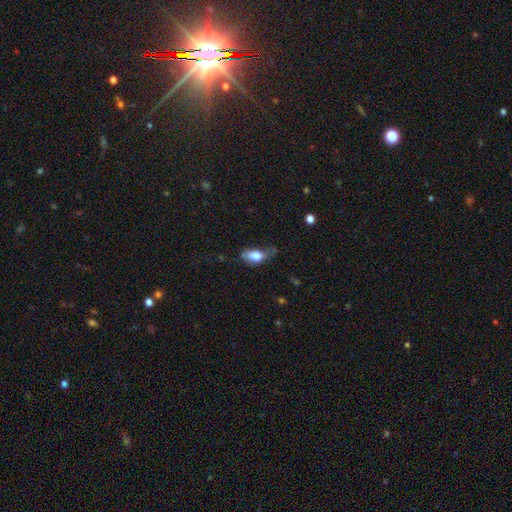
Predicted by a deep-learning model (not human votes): smooth-or-featured: smooth: 75% | featured or disk: 17% | star or artifact: 8%
  how-rounded: in between: 87% | round: 7% | cigar-shaped: 5%
  merging: minor disturbance: 37% | none: 35% | major disturbance: 24% | merger: 4%